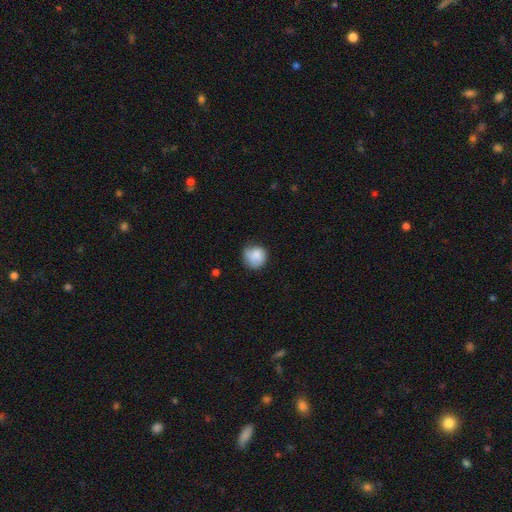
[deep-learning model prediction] Morphology: type=smooth (83%); roundness=round (87%); merging=none (65%).